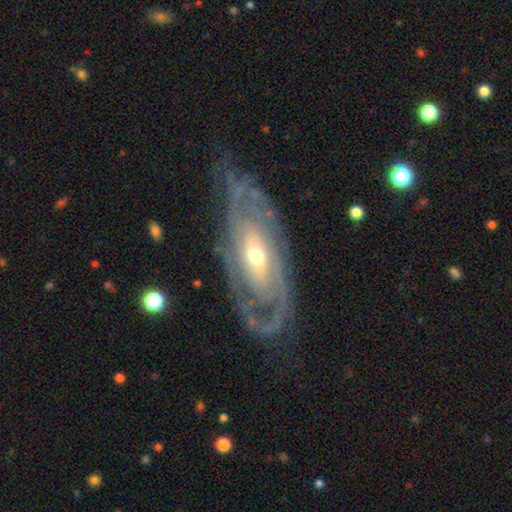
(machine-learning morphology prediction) Q: Smooth or featured?
A: featured or disk (85%); runner-up: smooth (10%)
Q: Edge-on disk?
A: no (90%); runner-up: yes (10%)
Q: Bar?
A: no (66%); runner-up: weak (24%)
Q: Spiral arms?
A: yes (83%); runner-up: no (17%)
Q: Spiral winding?
A: tight (66%); runner-up: medium (25%)
Q: Spiral arm count?
A: can't tell (43%); runner-up: 2 (33%)
Q: Bulge size?
A: small (49%); runner-up: moderate (46%)
Q: Merging?
A: none (66%); runner-up: minor disturbance (19%)